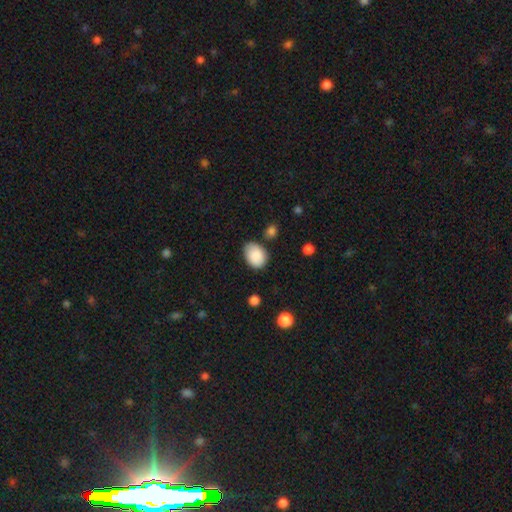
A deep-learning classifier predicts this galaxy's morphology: This is clearly a smooth galaxy (87%). How rounded: likely in between (71%). Merging: likely none (70%).